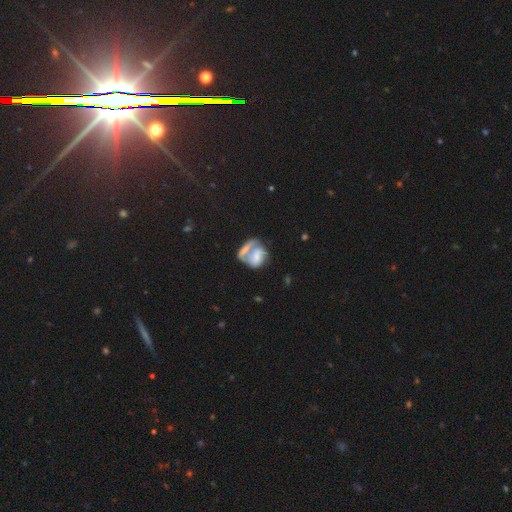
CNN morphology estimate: This is possibly a smooth galaxy (46%). Merging: possibly merger (46%).